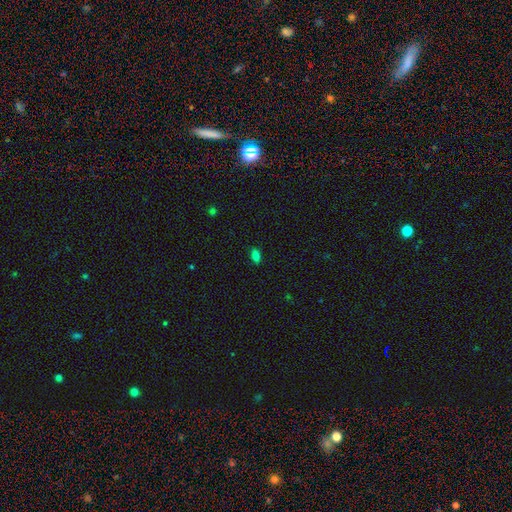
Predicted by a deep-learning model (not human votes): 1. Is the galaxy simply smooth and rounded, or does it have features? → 77% smooth, 15% star or artifact, 8% featured or disk.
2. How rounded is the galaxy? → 86% in between, 7% cigar-shaped, 6% round.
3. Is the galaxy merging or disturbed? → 87% none, 10% minor disturbance, 2% major disturbance, 1% merger.